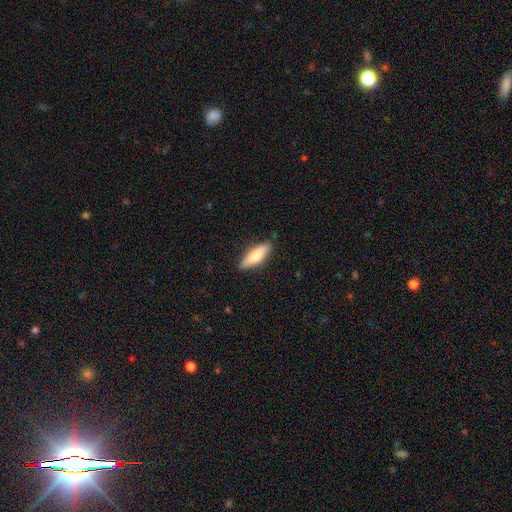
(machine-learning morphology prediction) This appears to be a smooth galaxy with no disk features (79%) that is in between round and cigar-shaped (52%). Merging: none (84%).